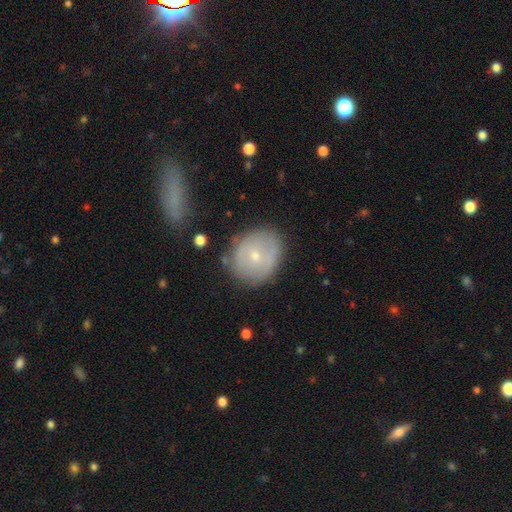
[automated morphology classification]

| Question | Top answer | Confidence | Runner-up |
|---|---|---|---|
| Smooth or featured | smooth | 53% | featured or disk (39%) |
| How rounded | round | 72% | in between (27%) |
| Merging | none | 76% | minor disturbance (16%) |